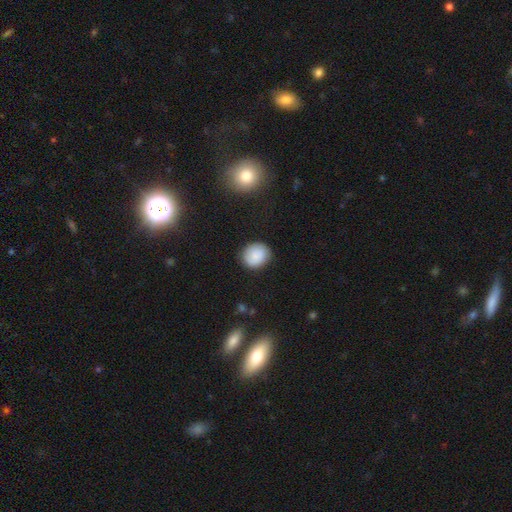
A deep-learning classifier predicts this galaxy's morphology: smooth 78%, featured or disk 13%, star or artifact 9%. Down the decision tree: how rounded — round (74%); merging — none (84%).